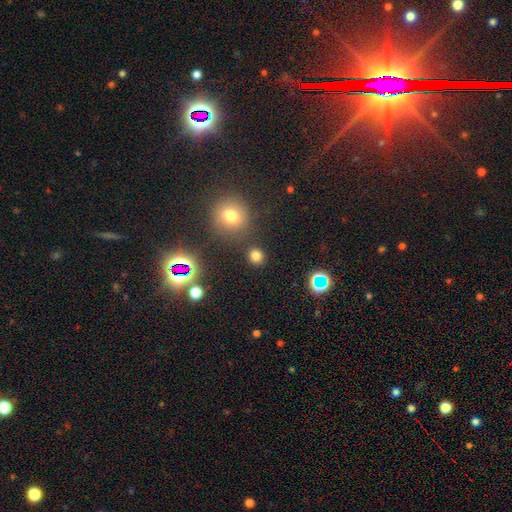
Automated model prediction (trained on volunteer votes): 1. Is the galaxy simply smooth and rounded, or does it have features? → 76% smooth, 19% star or artifact, 5% featured or disk.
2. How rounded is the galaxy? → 83% round, 16% in between, 1% cigar-shaped.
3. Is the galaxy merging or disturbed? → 86% none, 7% minor disturbance, 4% merger, 3% major disturbance.